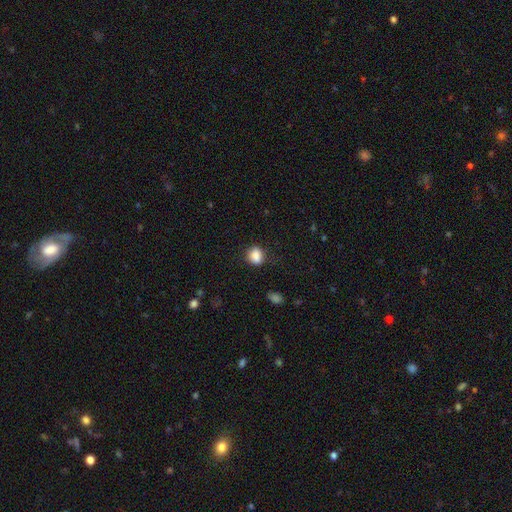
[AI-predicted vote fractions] Smooth or featured: smooth — 87% (star or artifact — 9%)
How rounded: round — 51% (in between — 48%)
Merging: none — 74% (minor disturbance — 18%)